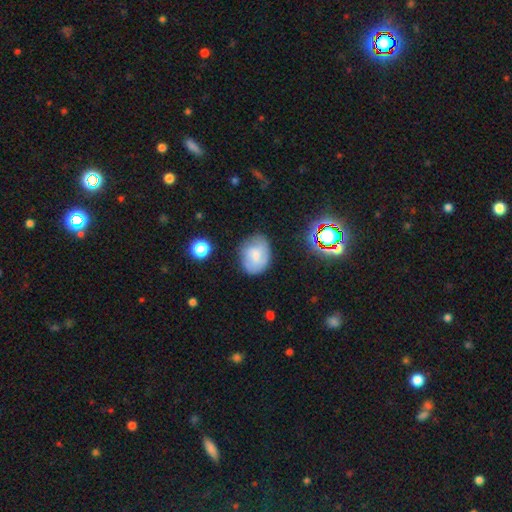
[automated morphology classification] Smooth or featured: smooth — 52% (featured or disk — 38%)
How rounded: in between — 57% (round — 42%)
Merging: none — 66% (minor disturbance — 24%)